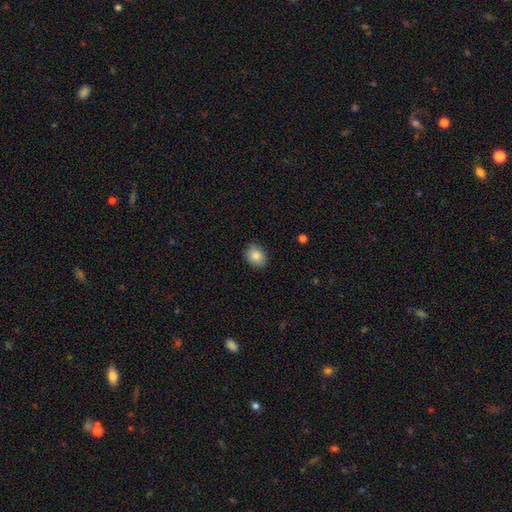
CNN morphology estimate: This appears to be a smooth galaxy with no disk features (86%) that is round (50%). Merging: none (87%).